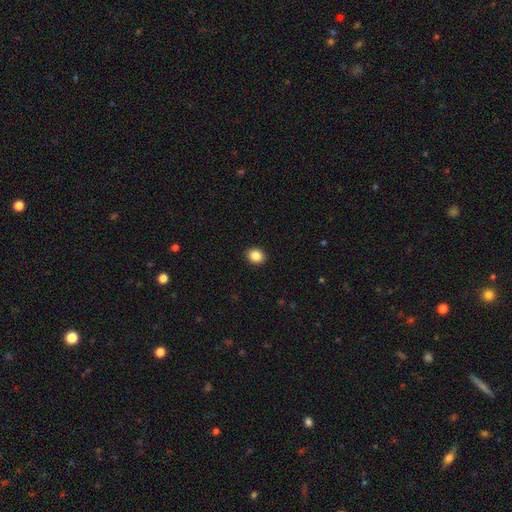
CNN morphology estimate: Smooth or featured: smooth — 87% (star or artifact — 9%)
How rounded: round — 61% (in between — 38%)
Merging: none — 92% (minor disturbance — 5%)